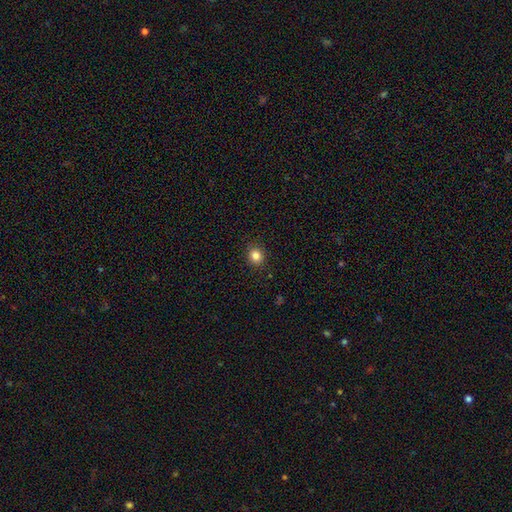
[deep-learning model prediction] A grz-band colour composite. It shows a smooth galaxy with no disk features (84%) that is round (80%). Merging: none (90%).